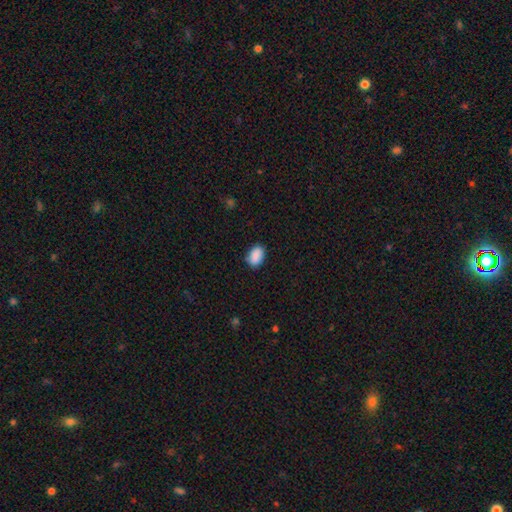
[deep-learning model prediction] This is clearly a smooth galaxy (90%). How rounded: clearly in between (88%). Merging: clearly none (84%).